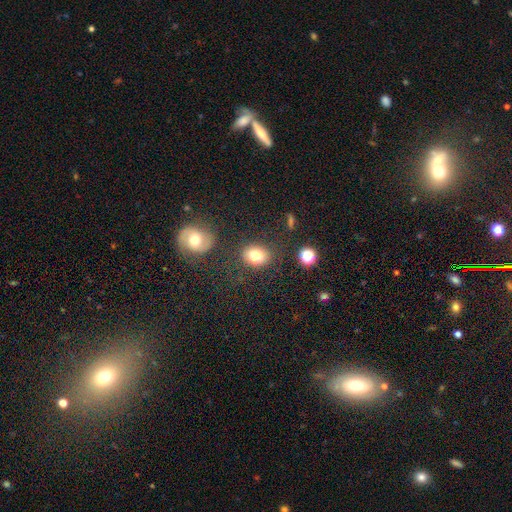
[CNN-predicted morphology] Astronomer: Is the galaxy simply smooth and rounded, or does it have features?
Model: smooth — 79%.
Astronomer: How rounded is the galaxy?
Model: in between — 56% (runner-up: round, 43%).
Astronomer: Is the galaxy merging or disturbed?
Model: none — 71%.